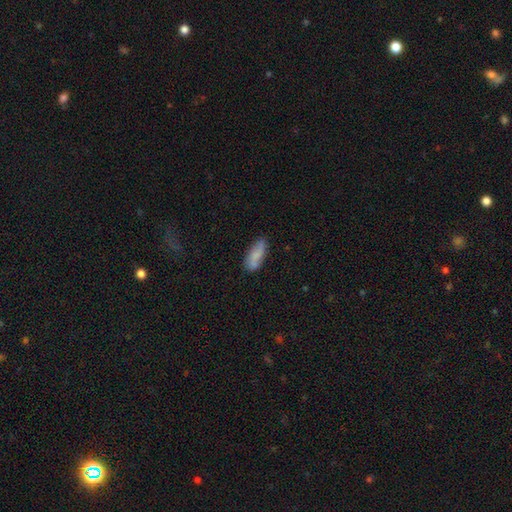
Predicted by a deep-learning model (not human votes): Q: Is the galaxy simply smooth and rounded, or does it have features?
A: smooth — 74%.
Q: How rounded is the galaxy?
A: in between — 73%.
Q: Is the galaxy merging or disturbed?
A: none — 73%.